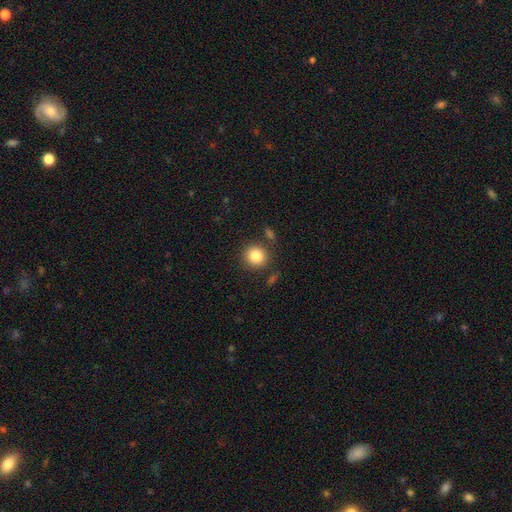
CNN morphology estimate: type=smooth (84%); roundness=round (90%); merging=none (82%).